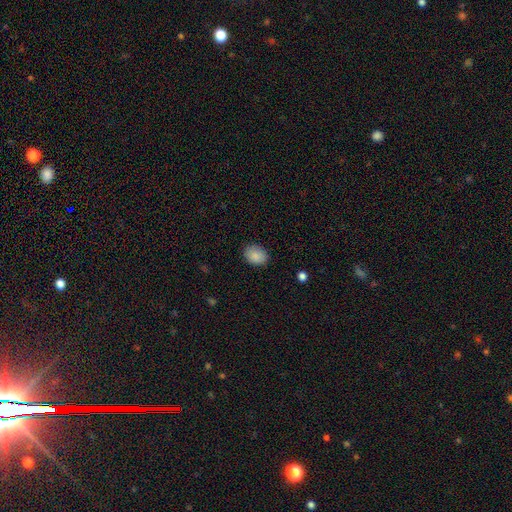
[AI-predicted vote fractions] Smooth or featured? smooth (88%)
How rounded? in between (60%)
Merging? none (85%)